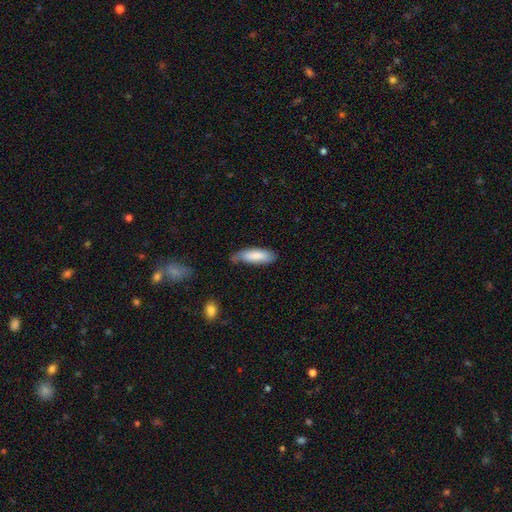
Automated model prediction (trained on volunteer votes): A smooth galaxy with no disk features (81%) that is in between round and cigar-shaped (57%). Merging: none (53%).